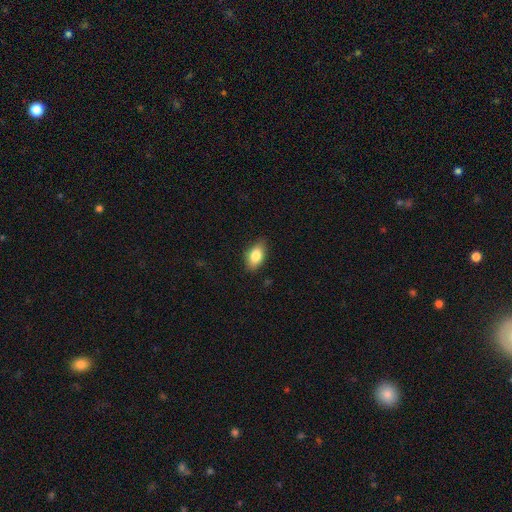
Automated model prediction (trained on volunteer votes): Smooth or featured? Predicted: smooth (p=0.81). How rounded? Predicted: in between (p=0.88). Merging? Predicted: none (p=0.83).